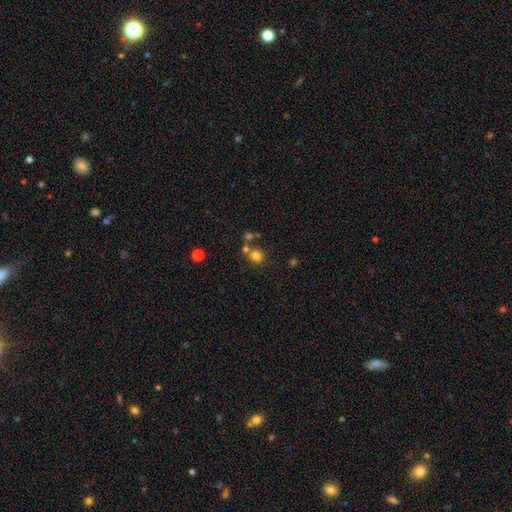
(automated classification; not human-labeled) smooth-or-featured: smooth: 78% | star or artifact: 14% | featured or disk: 7%
  how-rounded: round: 75% | in between: 24% | cigar-shaped: 1%
  merging: none: 64% | merger: 23% | minor disturbance: 10% | major disturbance: 4%